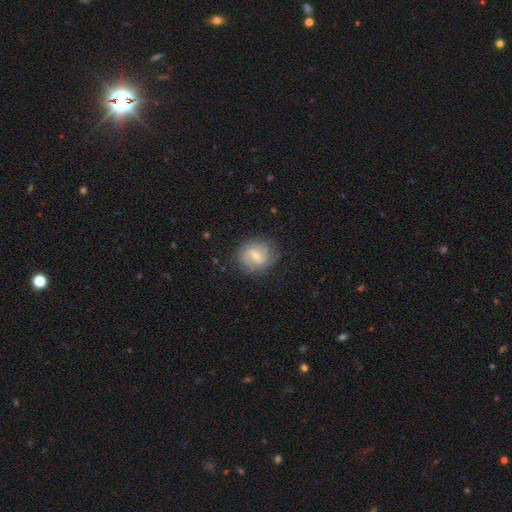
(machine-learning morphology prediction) This is likely a featured or disk galaxy (68%). It is clearly not viewed edge-on (98%). Bar: likely weak (61%). Spiral arm pattern: clearly yes (91%). Spiral arm count: likely 2 (77%). Spiral winding: possibly medium (46%). Central bulge: possibly small (51%). Merging: likely none (76%).